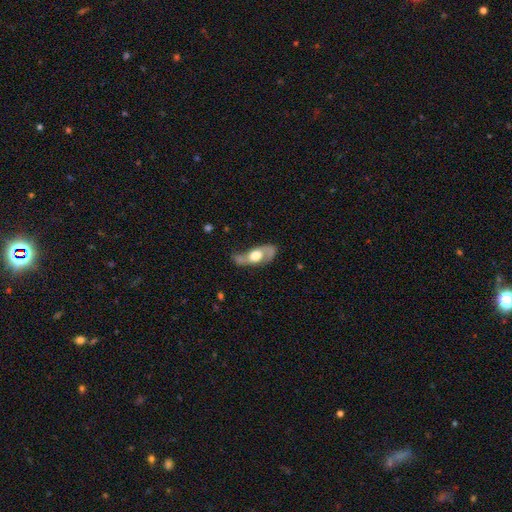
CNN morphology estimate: Smooth or featured: featured or disk — 69% (smooth — 26%)
Edge-on disk: no — 83% (yes — 17%)
Bar: no — 72% (weak — 21%)
Spiral arms: yes — 76% (no — 24%)
Bulge size: large — 46% (moderate — 45%)
Merging: none — 55% (minor disturbance — 26%)